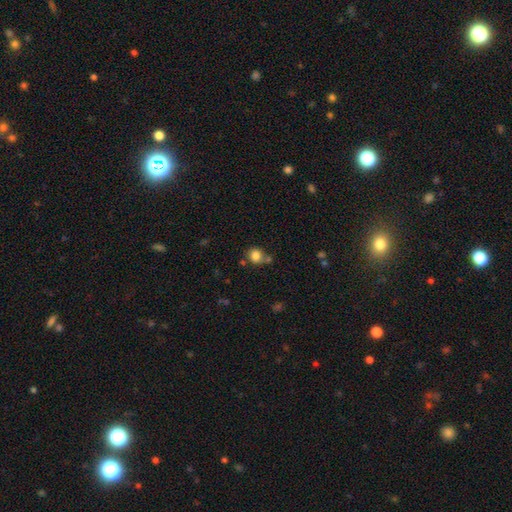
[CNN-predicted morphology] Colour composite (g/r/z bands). It shows a smooth galaxy with no disk features (82%) that is round (80%). Merging: none (64%).